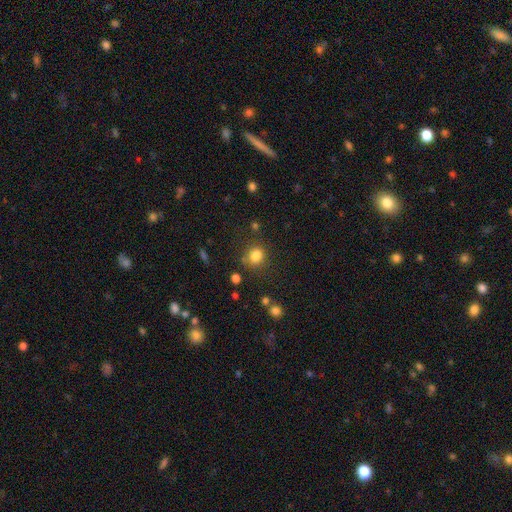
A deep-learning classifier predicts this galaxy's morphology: The model was most divided on "how rounded": round: 63%, in between: 36%, cigar-shaped: 1%. More confident: smooth or featured — smooth (82%); merging — none (73%).